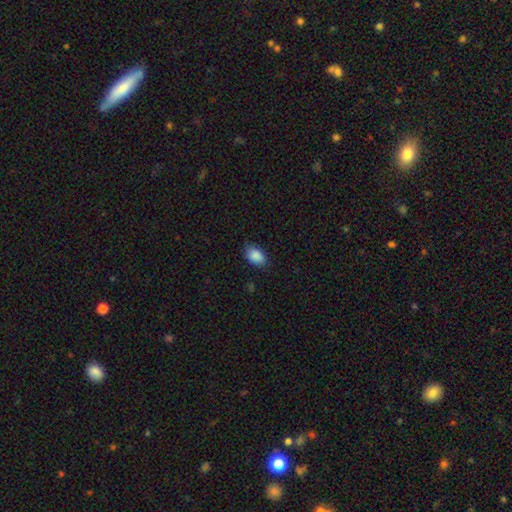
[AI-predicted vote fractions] This is clearly a smooth galaxy (89%). How rounded: clearly in between (88%). Merging: clearly none (81%).